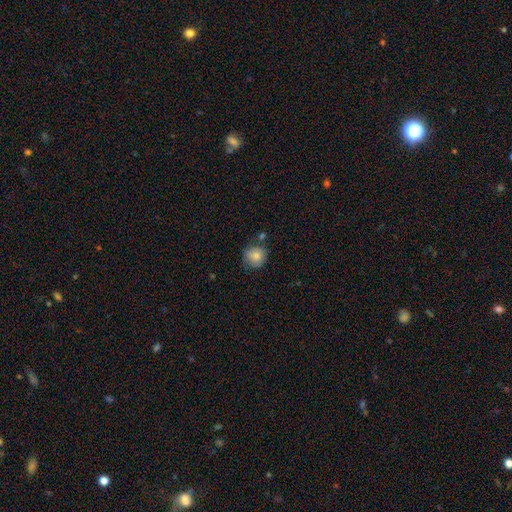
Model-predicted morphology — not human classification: Smooth or featured?
  - smooth: 81% *
  - featured or disk: 11%
  - star or artifact: 8%
How rounded?
  - round: 84% *
  - in between: 15%
  - cigar-shaped: 1%
Merging?
  - none: 64% *
  - minor disturbance: 24%
  - merger: 6%
  - major disturbance: 6%